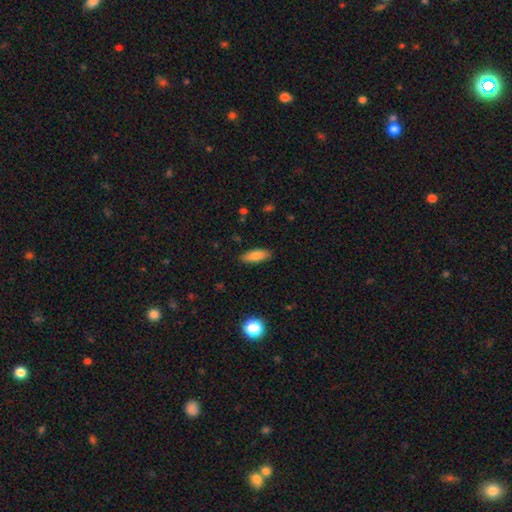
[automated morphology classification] A smooth galaxy with no disk features (84%) that is in between round and cigar-shaped (68%). Merging: none (88%).